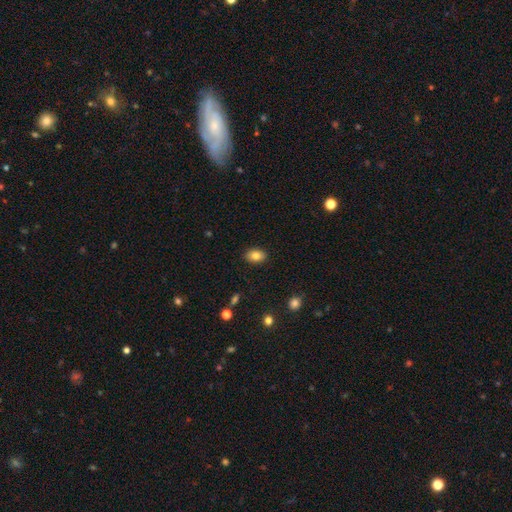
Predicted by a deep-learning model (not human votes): Smooth or featured? Predicted: smooth (p=0.82). How rounded? Predicted: in between (p=0.82). Merging? Predicted: none (p=0.88).